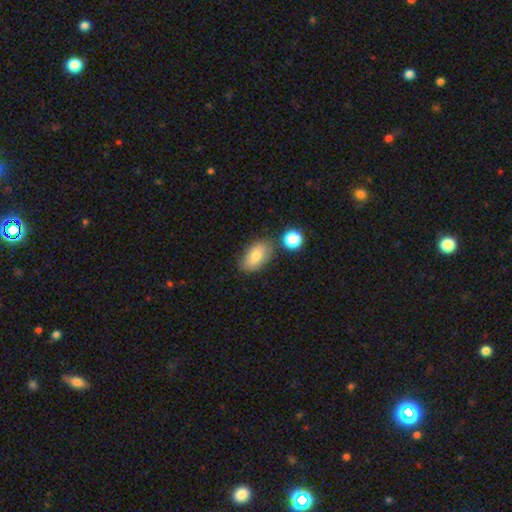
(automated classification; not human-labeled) Smooth or featured? smooth (78%)
How rounded? in between (91%)
Merging? none (73%)